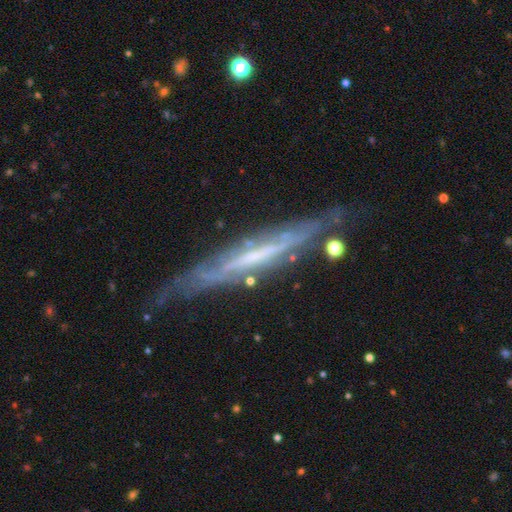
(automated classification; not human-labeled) featured or disk 76%, smooth 17%, star or artifact 7%. Down the decision tree: edge-on disk — yes (82%); edge-on bulge — none (80%); merging — none (71%).